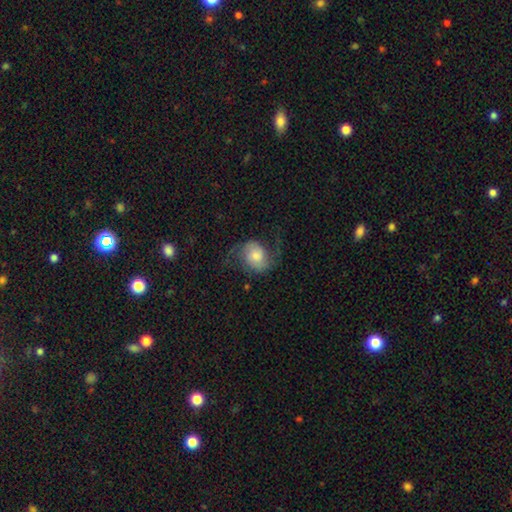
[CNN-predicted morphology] This appears to be a featured or disk galaxy (69%) with no bar (68%), 2 (91%) loose (51%) spiral arms (94%) and a moderate central bulge (44%). Merging: none (64%).